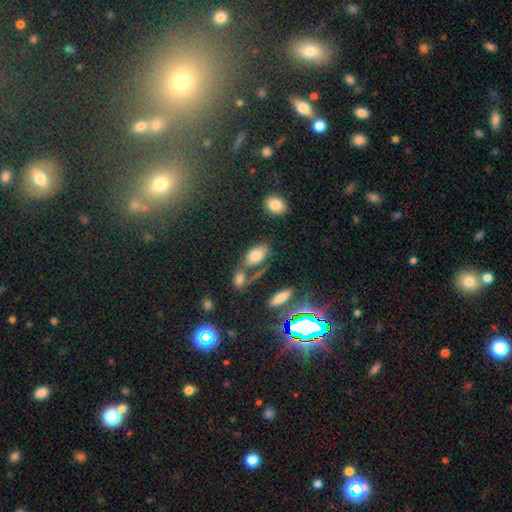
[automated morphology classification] This appears to be a smooth galaxy with no disk features (77%) that is in between round and cigar-shaped (90%). Merging: none (52%).